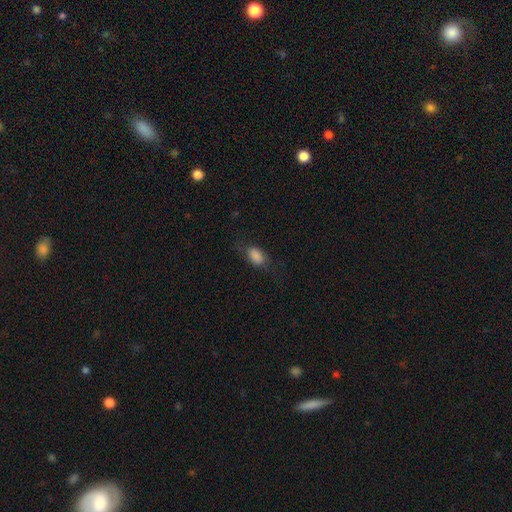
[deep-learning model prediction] Q: Smooth or featured?
A: smooth (83%); runner-up: featured or disk (9%)
Q: How rounded?
A: in between (89%); runner-up: round (8%)
Q: Merging?
A: none (64%); runner-up: minor disturbance (22%)